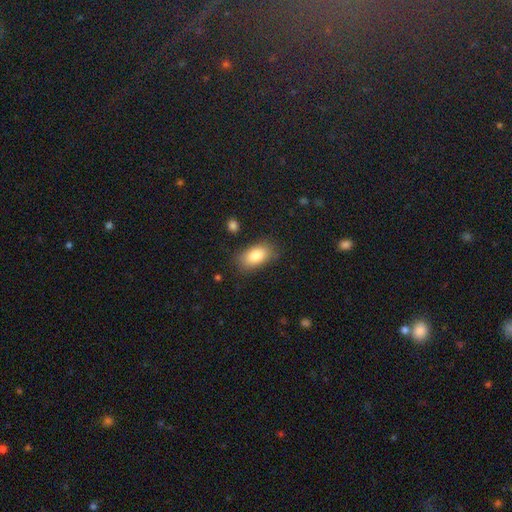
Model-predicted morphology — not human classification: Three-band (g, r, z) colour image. It shows a smooth galaxy with no disk features (81%) that is in between round and cigar-shaped (89%). Merging: none (81%).